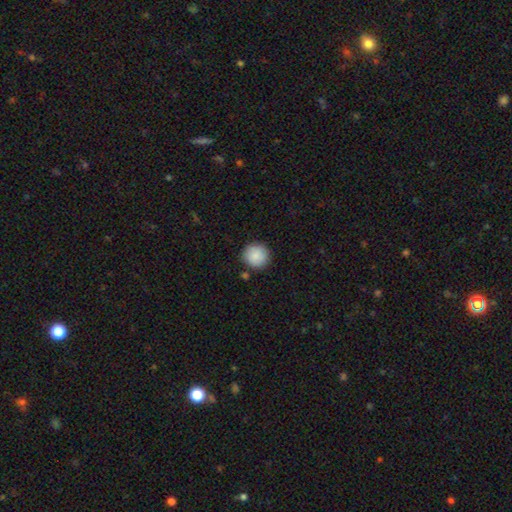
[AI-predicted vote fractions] Morphology: type=smooth (88%); roundness=round (94%); merging=none (87%).